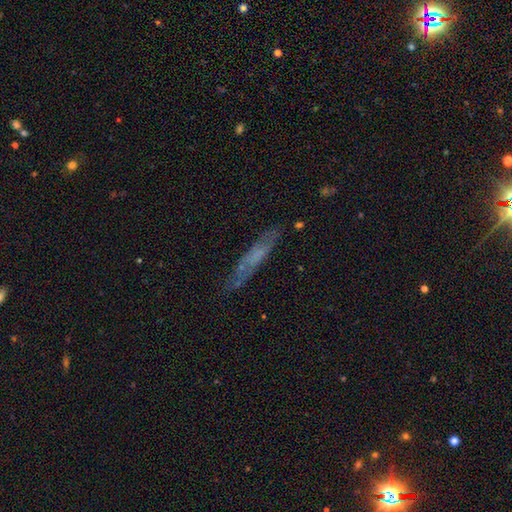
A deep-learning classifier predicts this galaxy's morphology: smooth-or-featured: smooth: 46% | featured or disk: 45% | star or artifact: 9%
  merging: none: 72% | minor disturbance: 19% | major disturbance: 7% | merger: 2%